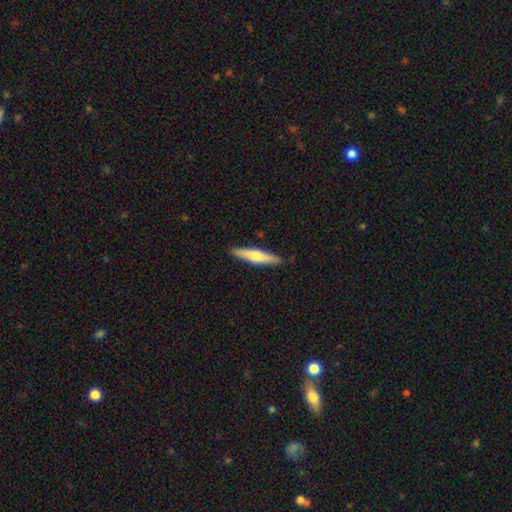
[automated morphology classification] Smooth or featured: smooth — 54% (featured or disk — 41%)
How rounded: cigar-shaped — 84% (in between — 14%)
Merging: none — 89% (minor disturbance — 9%)